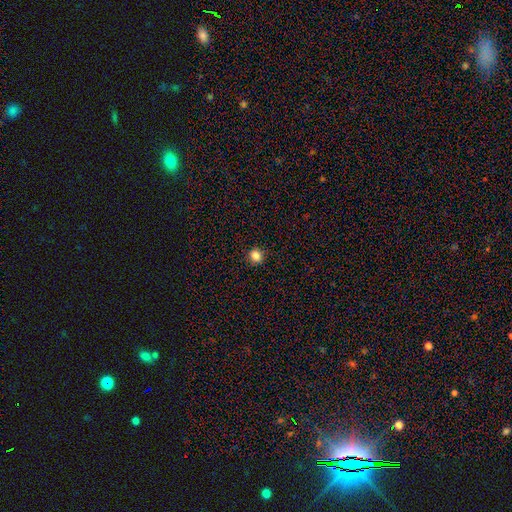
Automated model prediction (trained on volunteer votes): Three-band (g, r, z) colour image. It shows a smooth galaxy with no disk features (84%) that is round (87%). Merging: none (90%).